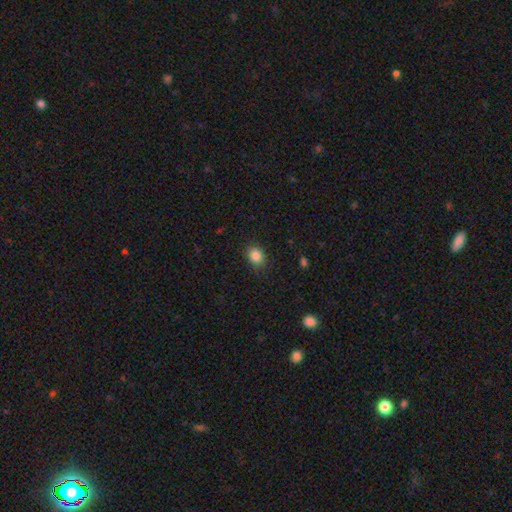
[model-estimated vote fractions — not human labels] This appears to be a smooth galaxy with no disk features (85%) that is in between round and cigar-shaped (51%). Merging: none (83%).